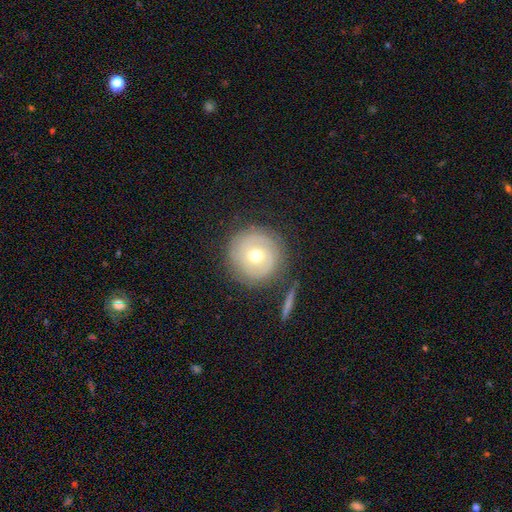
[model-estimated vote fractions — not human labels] Smooth or featured? Predicted: featured or disk (p=0.54). Edge-on disk? Predicted: no (p=0.95). Bar? Predicted: no (p=0.63). Spiral arms? Predicted: yes (p=0.66). Bulge size? Predicted: moderate (p=0.74). Merging? Predicted: none (p=0.81).